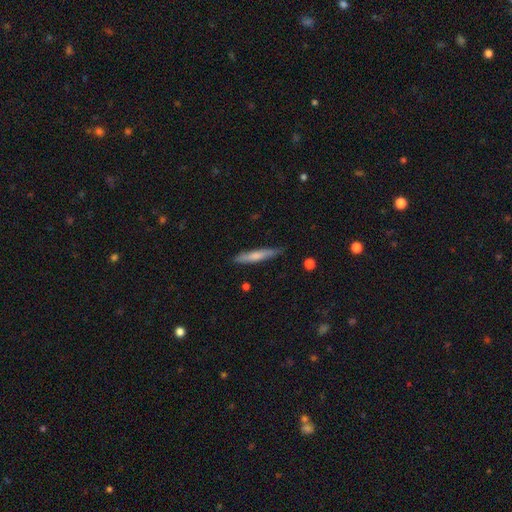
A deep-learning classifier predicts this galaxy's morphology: This is likely a smooth galaxy (66%). How rounded: clearly cigar-shaped (93%). Merging: clearly none (85%).